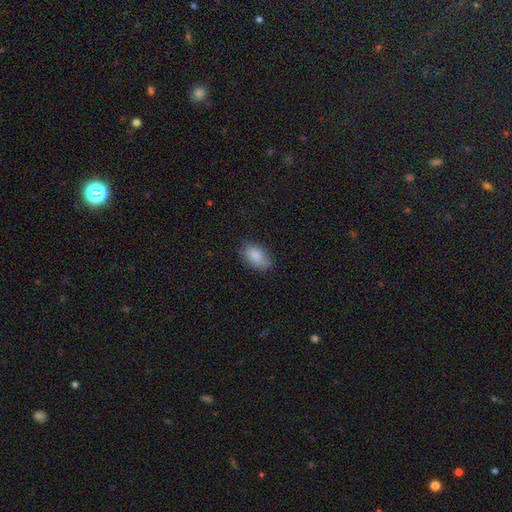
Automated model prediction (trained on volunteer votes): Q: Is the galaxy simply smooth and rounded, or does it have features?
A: smooth — 87%.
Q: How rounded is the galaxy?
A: in between — 93%.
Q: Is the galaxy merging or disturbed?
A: none — 81%.